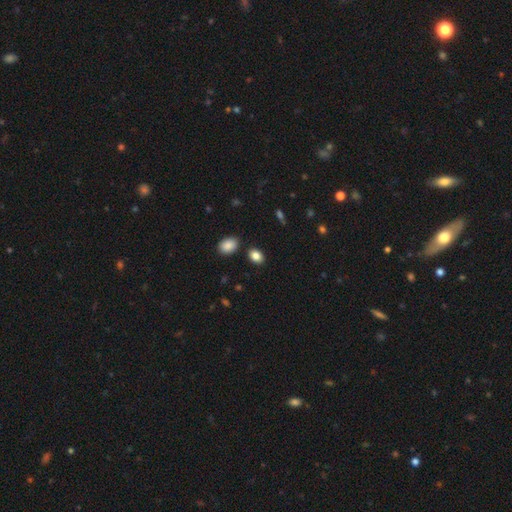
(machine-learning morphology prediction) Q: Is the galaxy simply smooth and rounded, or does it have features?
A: smooth — 86%.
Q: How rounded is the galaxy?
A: in between — 74%.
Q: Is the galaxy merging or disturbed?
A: none — 83%.